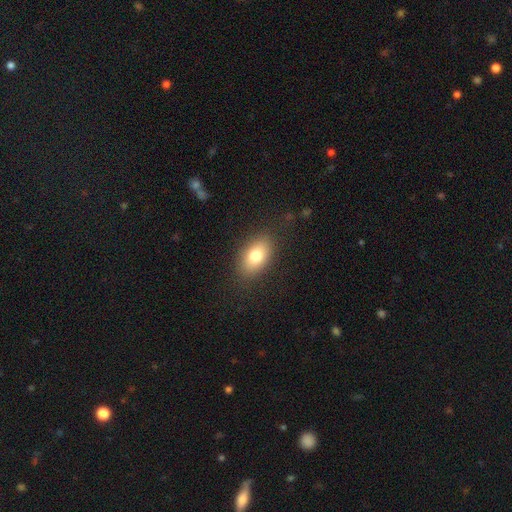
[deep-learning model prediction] smooth 78%, featured or disk 13%, star or artifact 9%. Down the decision tree: how rounded — in between (87%); merging — none (85%).